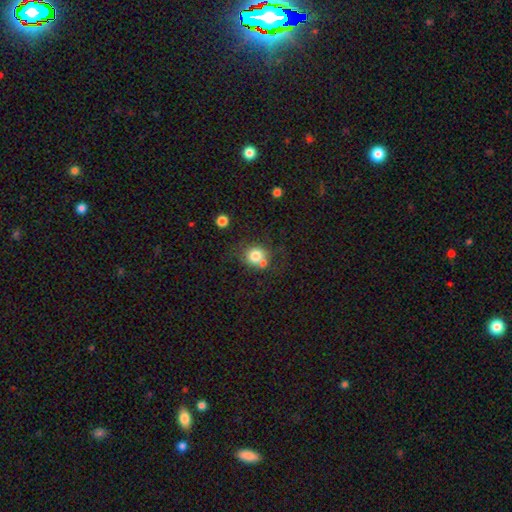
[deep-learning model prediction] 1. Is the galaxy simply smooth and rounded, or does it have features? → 78% smooth, 11% star or artifact, 11% featured or disk.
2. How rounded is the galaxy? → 83% round, 16% in between, 1% cigar-shaped.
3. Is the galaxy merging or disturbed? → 56% none, 26% merger, 13% minor disturbance, 5% major disturbance.